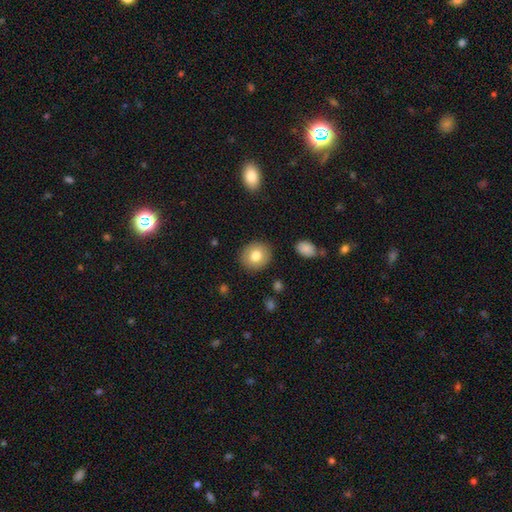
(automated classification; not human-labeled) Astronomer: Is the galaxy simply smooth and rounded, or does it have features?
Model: smooth — 79%.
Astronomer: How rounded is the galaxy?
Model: round — 78%.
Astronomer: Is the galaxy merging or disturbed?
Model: none — 89%.